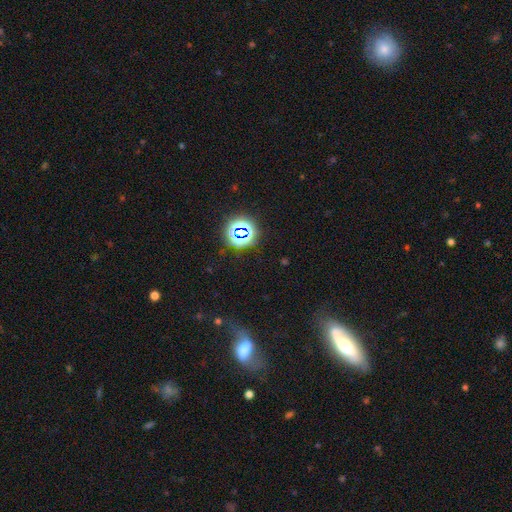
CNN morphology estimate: Smooth or featured: star or artifact — 70% (smooth — 22%)